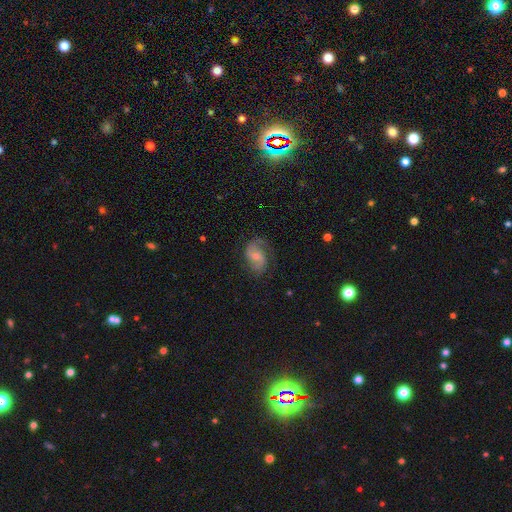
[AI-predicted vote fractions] Q: Smooth or featured?
A: featured or disk (75%); runner-up: smooth (16%)
Q: Edge-on disk?
A: no (97%); runner-up: yes (3%)
Q: Bar?
A: no (57%); runner-up: weak (35%)
Q: Spiral arms?
A: yes (94%); runner-up: no (6%)
Q: Spiral winding?
A: medium (48%); runner-up: tight (26%)
Q: Spiral arm count?
A: 2 (81%); runner-up: can't tell (9%)
Q: Bulge size?
A: small (49%); runner-up: moderate (46%)
Q: Merging?
A: none (71%); runner-up: minor disturbance (18%)